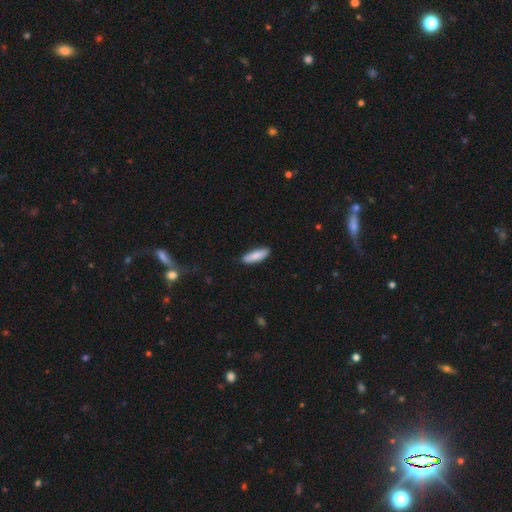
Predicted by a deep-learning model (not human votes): This is clearly a smooth galaxy (85%). How rounded: possibly cigar-shaped (52%). Merging: clearly none (86%).